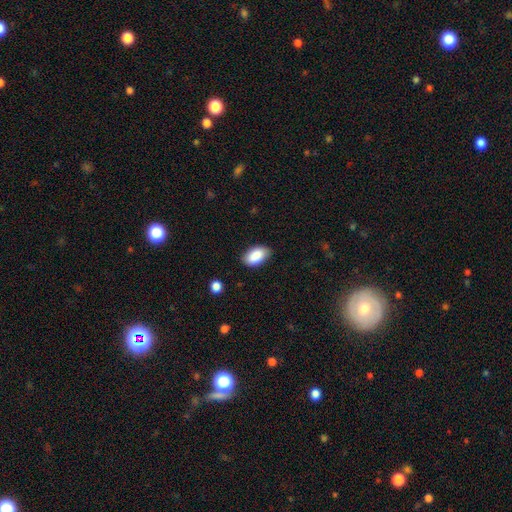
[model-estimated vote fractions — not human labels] smooth_or_featured: smooth (p=0.89) [alt: star or artifact p=0.07]
how_rounded: in between (p=0.94) [alt: round p=0.05]
merging: none (p=0.84) [alt: minor disturbance p=0.12]